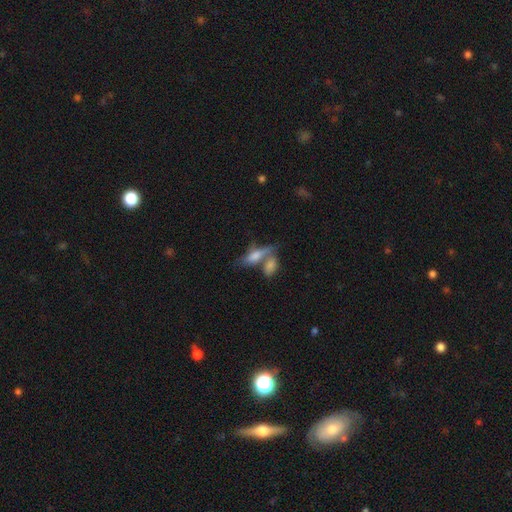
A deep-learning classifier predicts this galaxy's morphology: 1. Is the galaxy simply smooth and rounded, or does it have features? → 62% smooth, 28% featured or disk, 10% star or artifact.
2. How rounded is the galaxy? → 66% in between, 29% cigar-shaped, 5% round.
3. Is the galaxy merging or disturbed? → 49% merger, 34% none, 11% minor disturbance, 6% major disturbance.